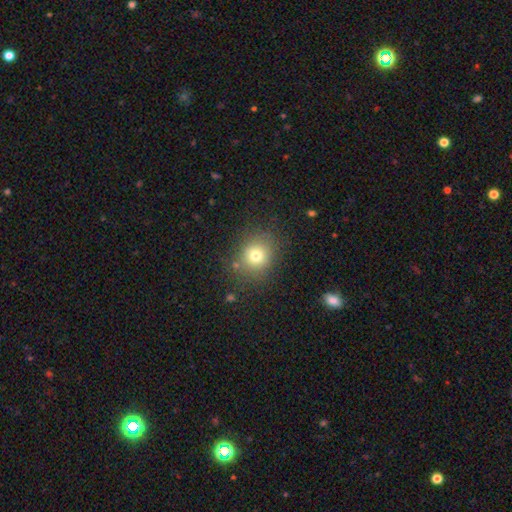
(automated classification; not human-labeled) Smooth or featured?
  - smooth: 74% *
  - star or artifact: 15%
  - featured or disk: 11%
How rounded?
  - round: 78% *
  - in between: 21%
  - cigar-shaped: 1%
Merging?
  - none: 82% *
  - minor disturbance: 11%
  - major disturbance: 5%
  - merger: 3%